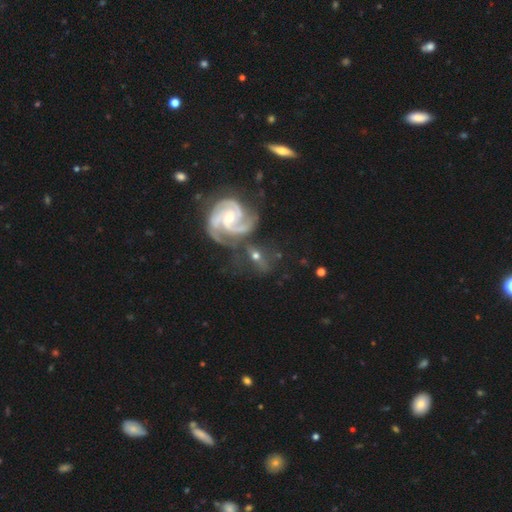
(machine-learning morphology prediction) smooth_or_featured: featured or disk (p=0.79) [alt: smooth p=0.14]
disk_edge_on: no (p=0.96) [alt: yes p=0.04]
bar: no (p=0.49) [alt: weak p=0.36]
has_spiral_arms: yes (p=0.94) [alt: no p=0.06]
spiral_winding: medium (p=0.45) [alt: tight p=0.42]
spiral_arm_count: 2 (p=0.39) [alt: 3 p=0.35]
bulge_size: small (p=0.48) [alt: moderate p=0.46]
merging: none (p=0.42) [alt: merger p=0.25]